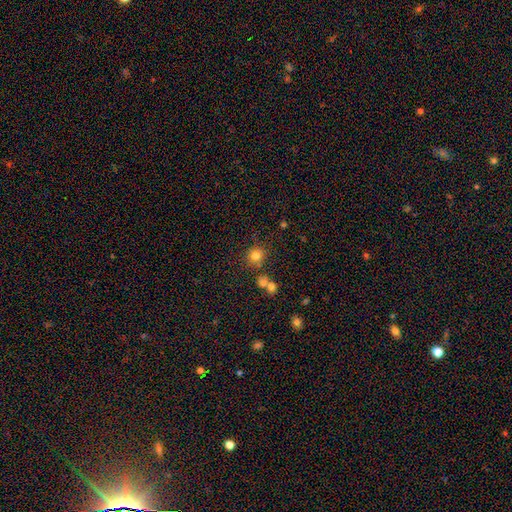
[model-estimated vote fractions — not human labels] This appears to be a smooth galaxy with no disk features (80%) that is round (85%). Merging: none (75%).